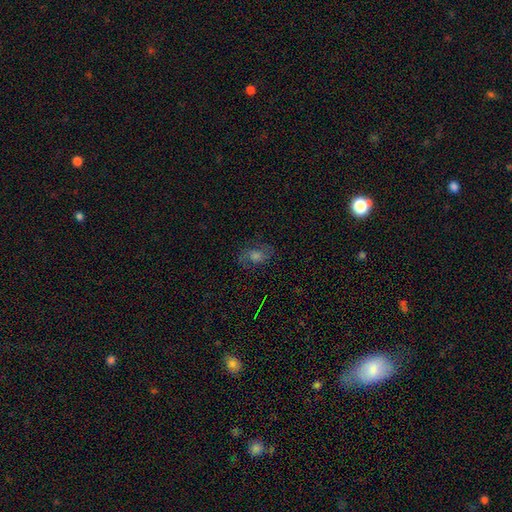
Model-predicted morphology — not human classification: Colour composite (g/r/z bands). It shows a featured or disk galaxy (46%). Merging: none (75%).